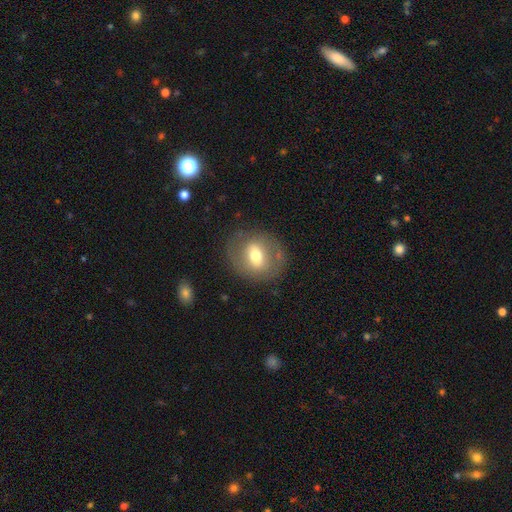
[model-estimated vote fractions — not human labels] Smooth or featured? smooth (49%)
Merging? none (77%)